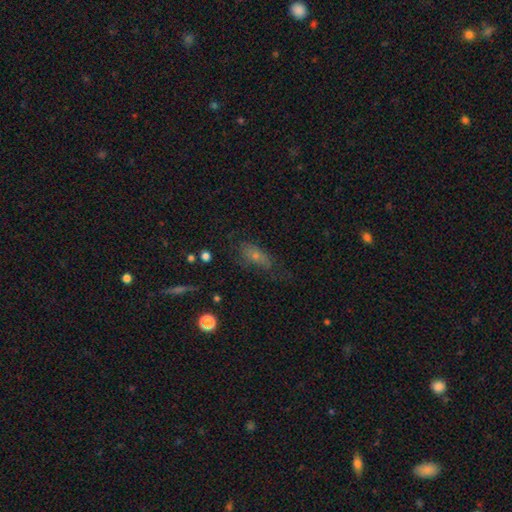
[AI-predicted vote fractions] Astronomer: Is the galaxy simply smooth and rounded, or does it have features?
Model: smooth — 55% (runner-up: featured or disk, 31%).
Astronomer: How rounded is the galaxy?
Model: in between — 78%.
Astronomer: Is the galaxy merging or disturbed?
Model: none — 49% (runner-up: minor disturbance, 28%).